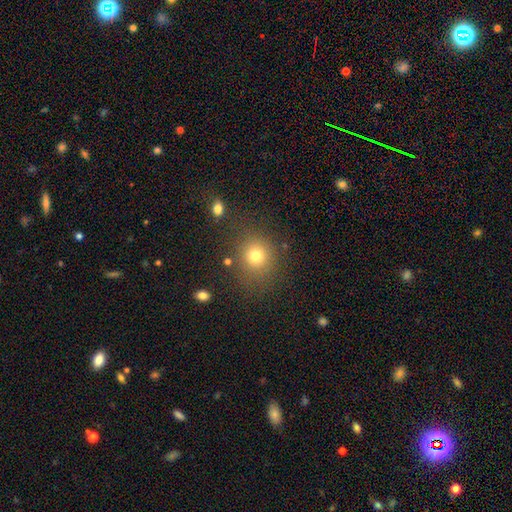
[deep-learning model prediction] smooth_or_featured: smooth (p=0.75) [alt: star or artifact p=0.16]
how_rounded: round (p=0.84) [alt: in between p=0.15]
merging: none (p=0.81) [alt: minor disturbance p=0.11]